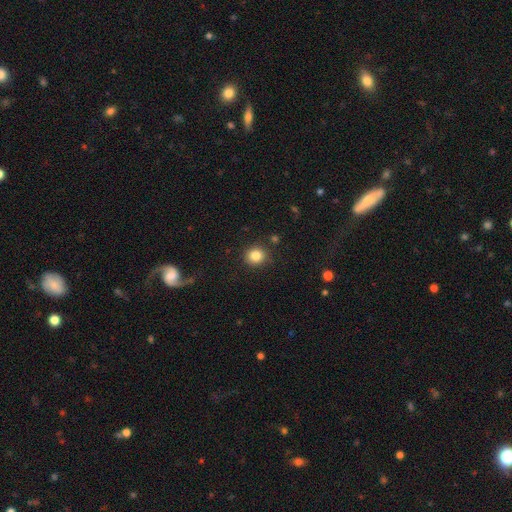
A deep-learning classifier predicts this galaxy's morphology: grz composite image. It shows a smooth galaxy with no disk features (83%) that is round (86%). Merging: none (87%).